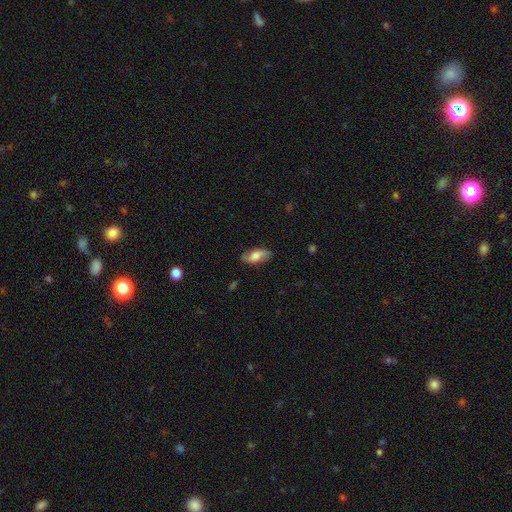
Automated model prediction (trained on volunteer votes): Morphology: type=smooth (57%); roundness=in between (86%); merging=none (79%).